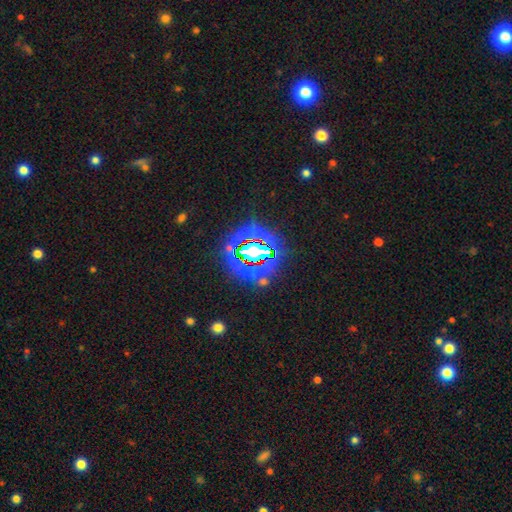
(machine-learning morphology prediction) Q: Smooth or featured?
A: star or artifact (80%); runner-up: smooth (12%)